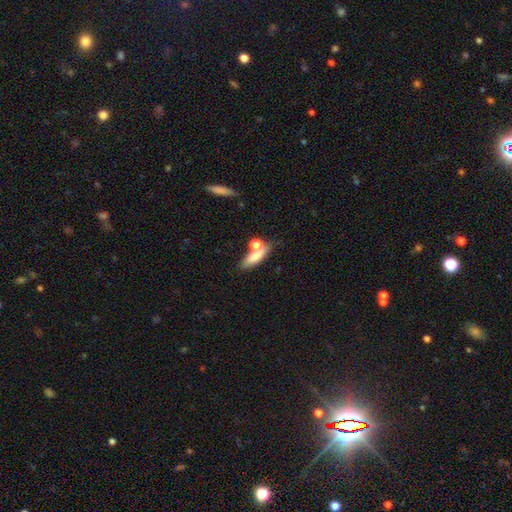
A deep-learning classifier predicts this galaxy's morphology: smooth_or_featured: smooth (p=0.72) [alt: featured or disk p=0.19]
how_rounded: in between (p=0.55) [alt: cigar-shaped p=0.36]
merging: none (p=0.48) [alt: merger p=0.31]